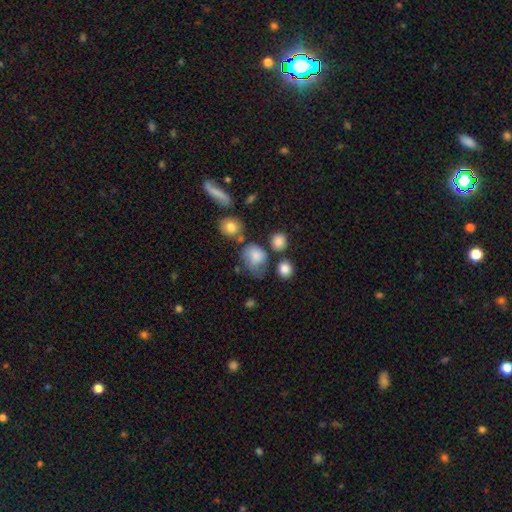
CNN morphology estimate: smooth_or_featured: smooth (p=0.76) [alt: featured or disk p=0.13]
how_rounded: in between (p=0.55) [alt: round p=0.44]
merging: none (p=0.40) [alt: minor disturbance p=0.30]